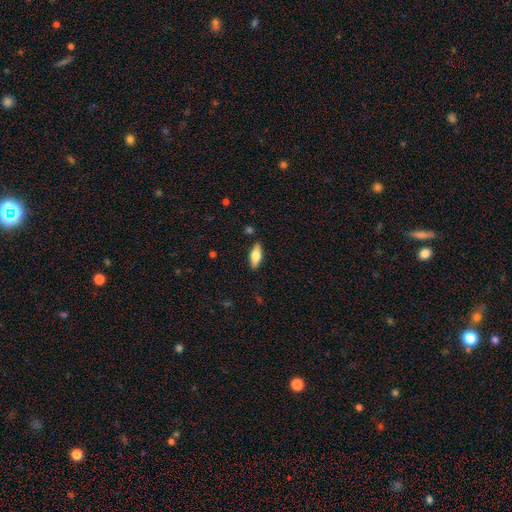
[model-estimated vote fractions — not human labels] Morphology: type=smooth (61%); roundness=in between (72%); merging=none (87%).